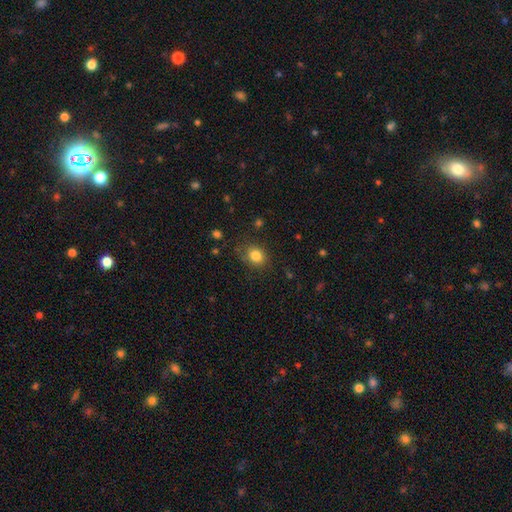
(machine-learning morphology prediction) A smooth galaxy with no disk features (83%) that is round (58%). Merging: none (76%).